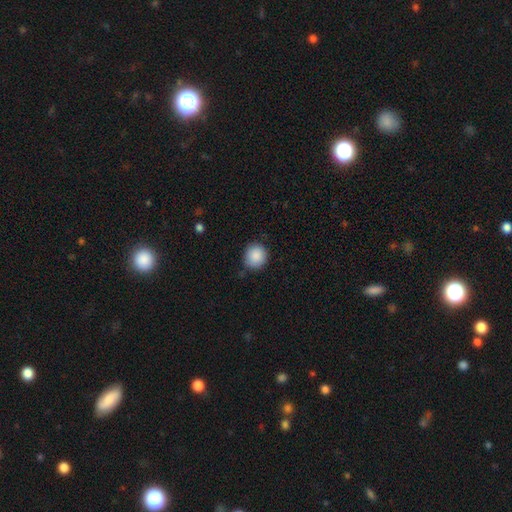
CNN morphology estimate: A smooth galaxy with no disk features (89%) that is round (88%). Merging: none (82%).